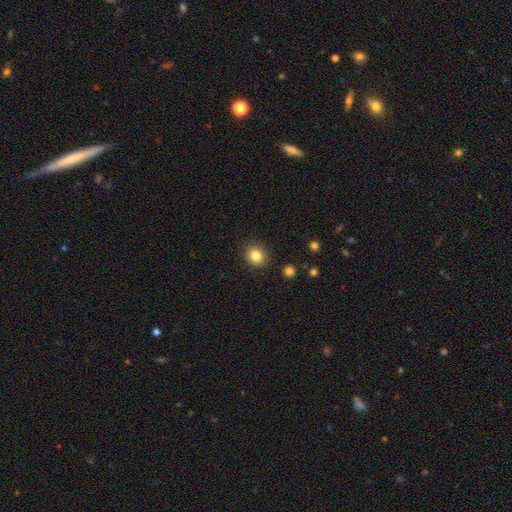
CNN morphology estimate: Smooth or featured? smooth (83%)
How rounded? round (79%)
Merging? none (90%)